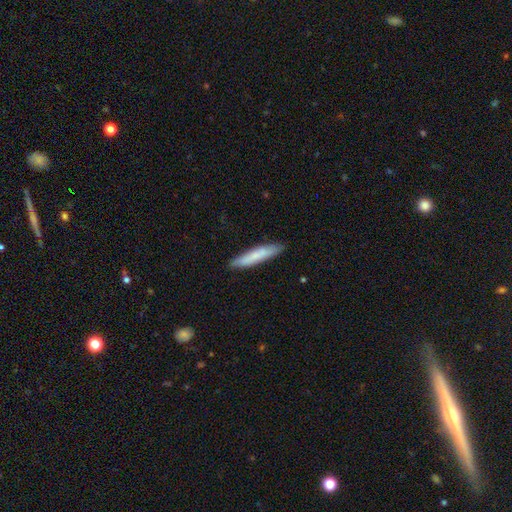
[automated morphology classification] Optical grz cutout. It shows a smooth galaxy with no disk features (76%) that is cigar-shaped (91%). Merging: none (88%).